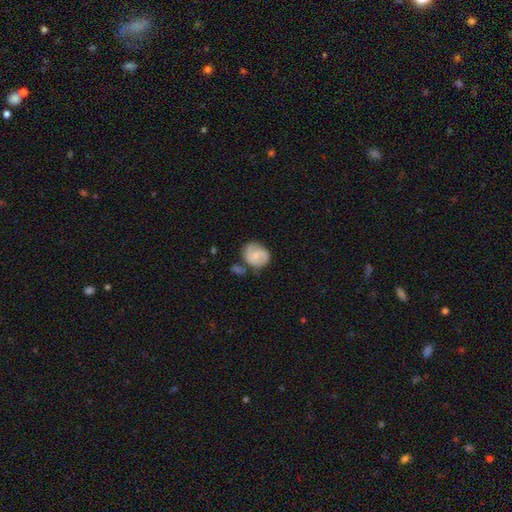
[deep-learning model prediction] smooth_or_featured: featured or disk (p=0.62) [alt: smooth p=0.32]
disk_edge_on: no (p=0.98) [alt: yes p=0.02]
bar: no (p=0.59) [alt: weak p=0.35]
has_spiral_arms: yes (p=0.90) [alt: no p=0.10]
spiral_winding: tight (p=0.46) [alt: medium p=0.41]
spiral_arm_count: 2 (p=0.73) [alt: can't tell p=0.12]
bulge_size: small (p=0.51) [alt: moderate p=0.32]
merging: none (p=0.57) [alt: minor disturbance p=0.24]